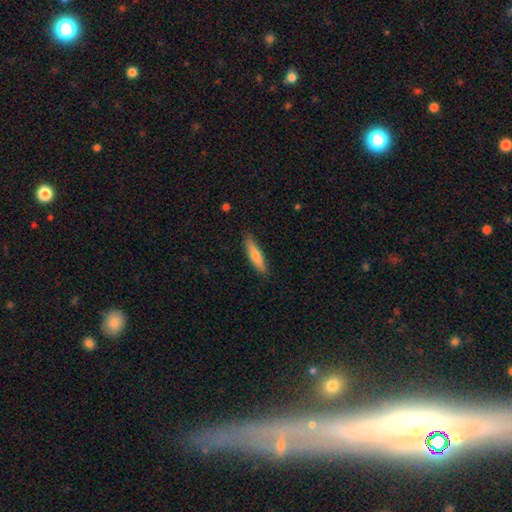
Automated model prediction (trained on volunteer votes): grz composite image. It shows a smooth galaxy with no disk features (72%) that is cigar-shaped (79%). Merging: none (86%).